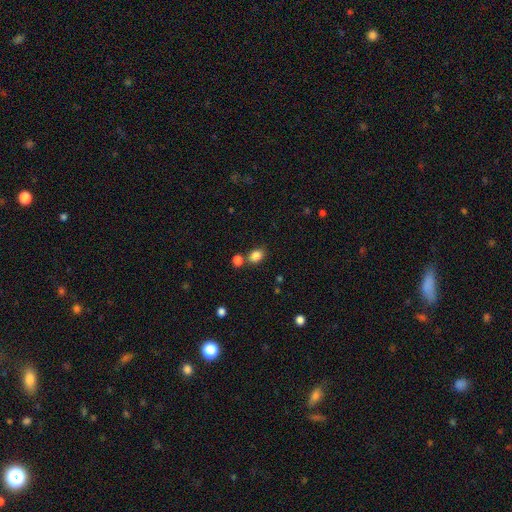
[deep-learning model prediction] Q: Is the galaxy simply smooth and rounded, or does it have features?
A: smooth — 84%.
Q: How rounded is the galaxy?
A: in between — 67%.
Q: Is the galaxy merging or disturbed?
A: none — 71%.